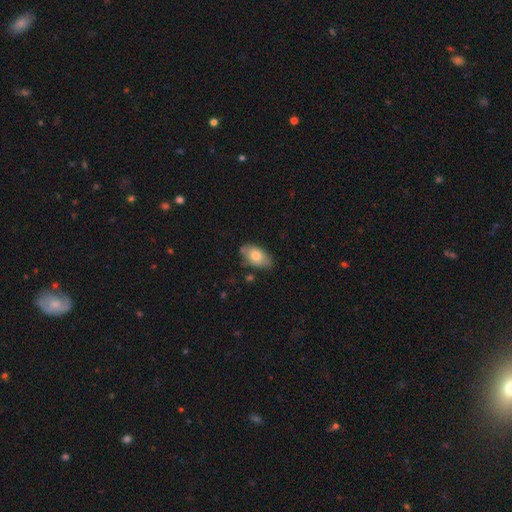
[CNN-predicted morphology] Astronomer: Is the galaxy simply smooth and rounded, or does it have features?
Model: smooth — 75%.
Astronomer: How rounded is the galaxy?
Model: in between — 92%.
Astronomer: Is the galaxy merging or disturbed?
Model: none — 67%.